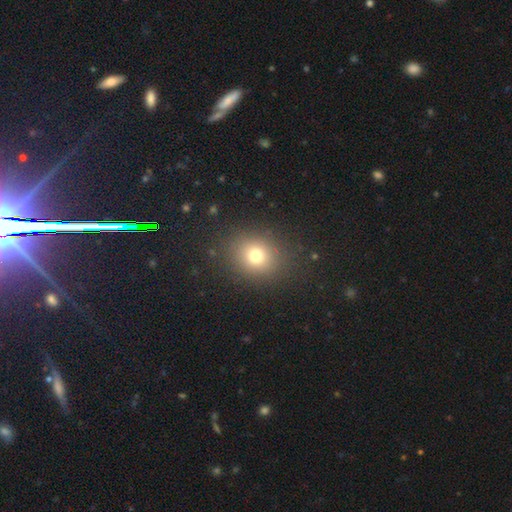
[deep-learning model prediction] Smooth or featured? Predicted: smooth (p=0.75). How rounded? Predicted: round (p=0.72). Merging? Predicted: none (p=0.86).